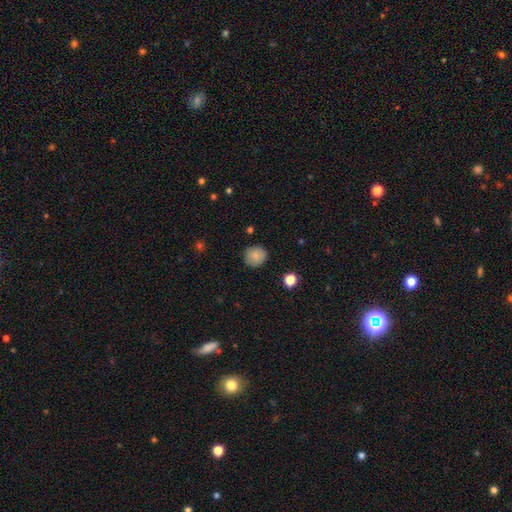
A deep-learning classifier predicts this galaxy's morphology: Smooth or featured? smooth (85%)
How rounded? round (87%)
Merging? none (86%)